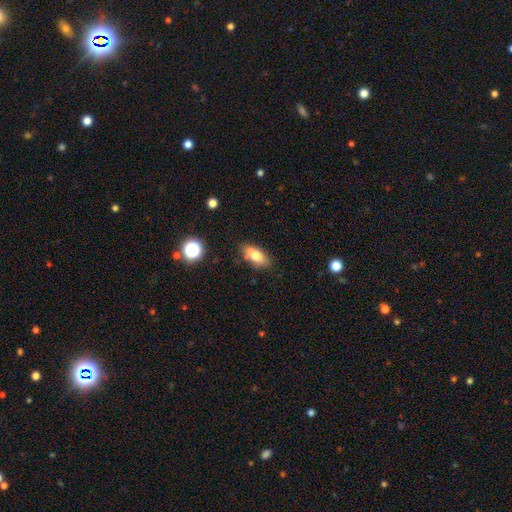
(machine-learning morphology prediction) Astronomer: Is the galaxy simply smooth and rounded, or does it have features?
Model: smooth — 71%.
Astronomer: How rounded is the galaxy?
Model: in between — 81%.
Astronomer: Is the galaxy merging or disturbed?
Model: none — 60%.